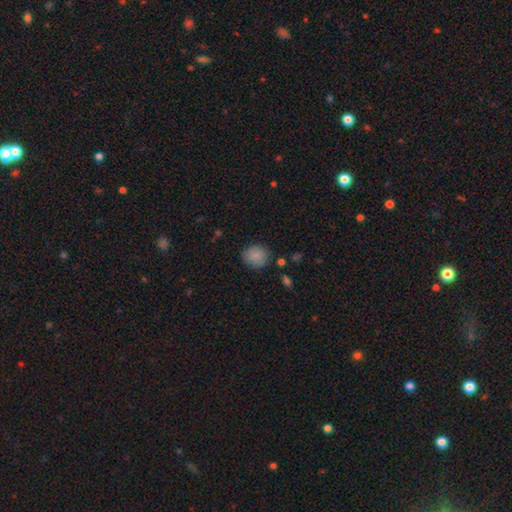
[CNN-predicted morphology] smooth_or_featured: smooth (p=0.86) [alt: star or artifact p=0.09]
how_rounded: round (p=0.79) [alt: in between p=0.20]
merging: none (p=0.82) [alt: minor disturbance p=0.13]